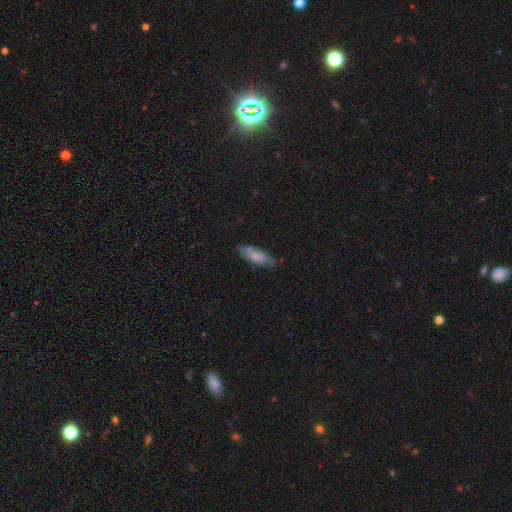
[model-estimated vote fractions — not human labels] Smooth or featured: smooth — 64% (featured or disk — 29%)
How rounded: in between — 60% (cigar-shaped — 38%)
Merging: none — 62% (minor disturbance — 21%)